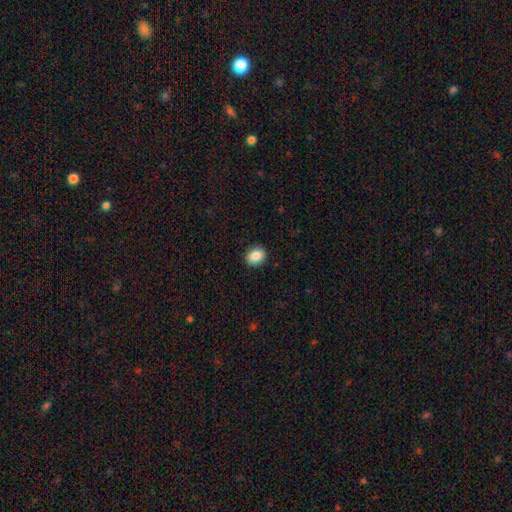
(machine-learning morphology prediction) This is clearly a smooth galaxy (87%). How rounded: possibly round (56%). Merging: clearly none (91%).